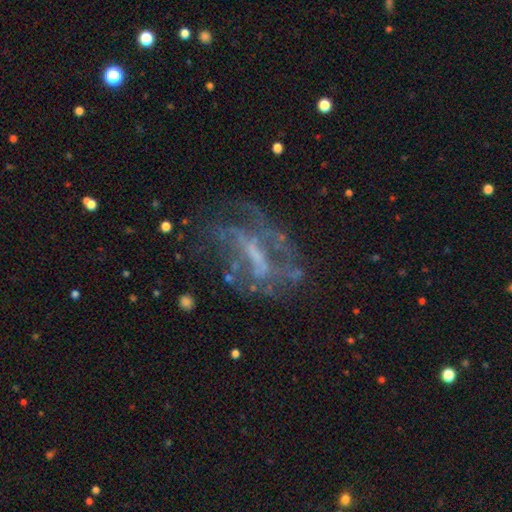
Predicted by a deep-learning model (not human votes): Q: Smooth or featured?
A: featured or disk (73%); runner-up: star or artifact (14%)
Q: Edge-on disk?
A: no (93%); runner-up: yes (7%)
Q: Bar?
A: no (37%); runner-up: weak (35%)
Q: Spiral arms?
A: yes (53%); runner-up: no (47%)
Q: Bulge size?
A: none (48%); runner-up: small (29%)
Q: Merging?
A: none (46%); runner-up: major disturbance (31%)